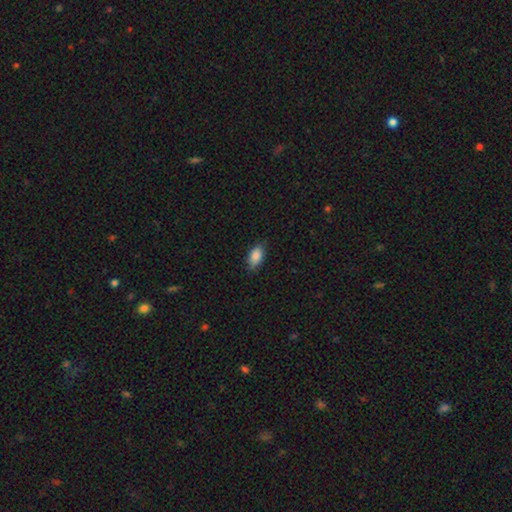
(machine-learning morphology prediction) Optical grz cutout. It shows a smooth galaxy with no disk features (87%) that is in between round and cigar-shaped (91%). Merging: none (82%).